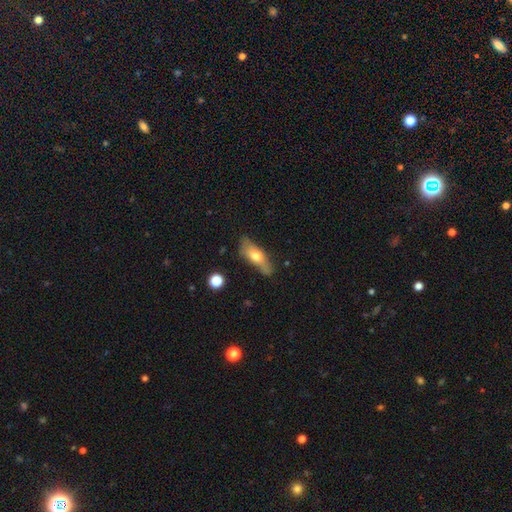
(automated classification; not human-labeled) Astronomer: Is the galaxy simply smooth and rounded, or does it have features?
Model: smooth — 57% (runner-up: featured or disk, 36%).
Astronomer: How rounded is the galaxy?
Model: in between — 60% (runner-up: cigar-shaped, 37%).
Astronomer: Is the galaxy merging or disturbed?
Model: none — 69%.